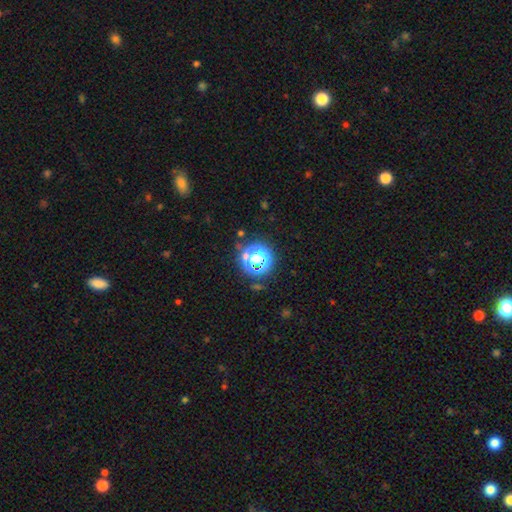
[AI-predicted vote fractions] Smooth or featured? star or artifact (52%)